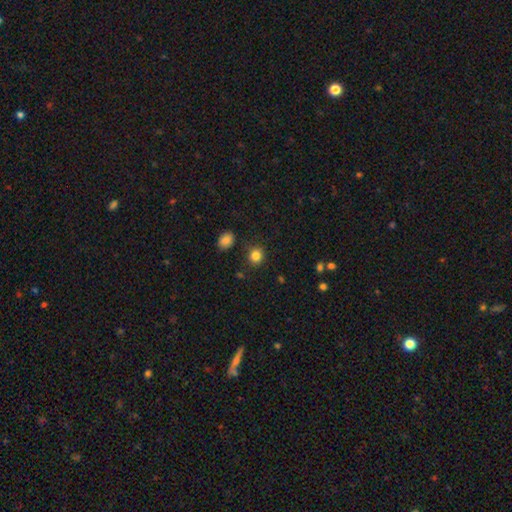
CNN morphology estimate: Smooth or featured? smooth (84%)
How rounded? round (86%)
Merging? none (87%)